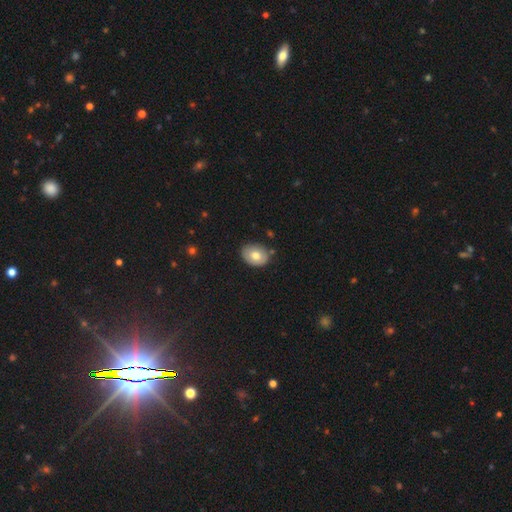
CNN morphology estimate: smooth_or_featured: smooth (p=0.73) [alt: featured or disk p=0.20]
how_rounded: in between (p=0.68) [alt: round p=0.31]
merging: none (p=0.75) [alt: minor disturbance p=0.19]